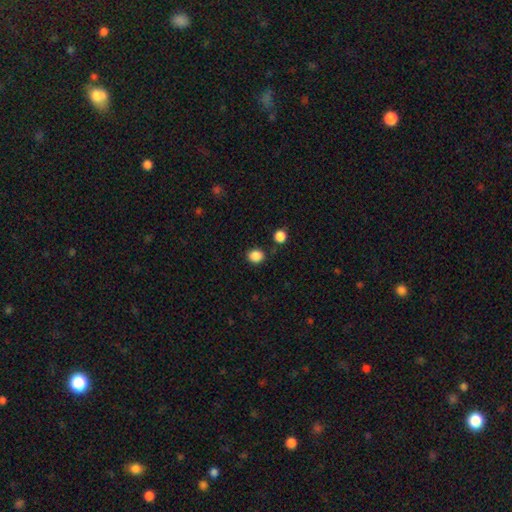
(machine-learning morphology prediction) Q: Smooth or featured?
A: smooth (87%); runner-up: star or artifact (10%)
Q: How rounded?
A: round (74%); runner-up: in between (25%)
Q: Merging?
A: none (83%); runner-up: minor disturbance (10%)